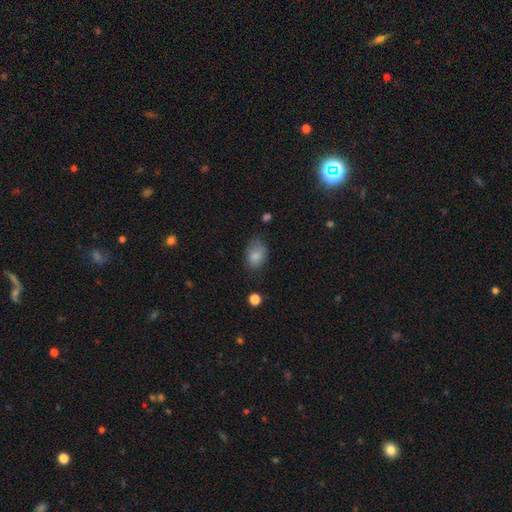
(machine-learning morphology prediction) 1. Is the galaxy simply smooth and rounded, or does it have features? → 83% smooth, 9% star or artifact, 8% featured or disk.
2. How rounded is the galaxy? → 80% in between, 19% round, 1% cigar-shaped.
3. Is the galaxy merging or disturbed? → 60% none, 29% minor disturbance, 8% major disturbance, 2% merger.